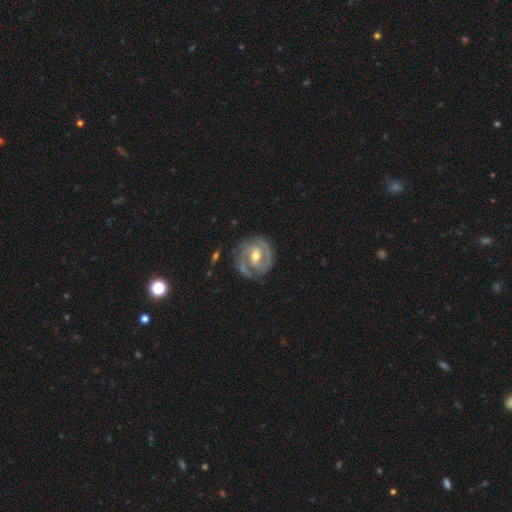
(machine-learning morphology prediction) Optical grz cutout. It shows a featured or disk galaxy (91%) with a weak bar (48%), 2 (80%) tight (64%) spiral arms (98%) and a moderate central bulge (65%). Merging: none (80%).